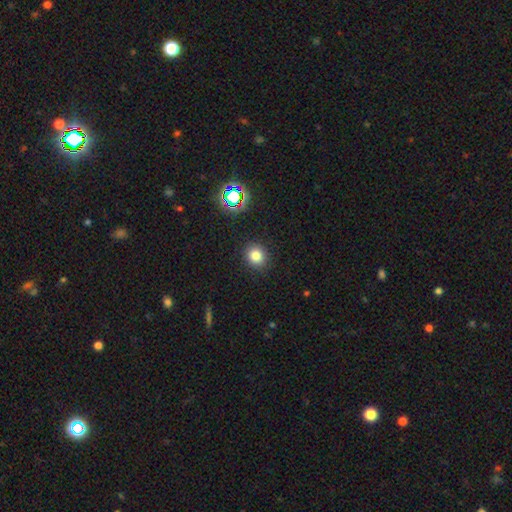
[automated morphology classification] Smooth or featured?
  - smooth: 79% *
  - star or artifact: 15%
  - featured or disk: 6%
How rounded?
  - round: 78% *
  - in between: 21%
  - cigar-shaped: 1%
Merging?
  - none: 90% *
  - minor disturbance: 7%
  - major disturbance: 2%
  - merger: 1%